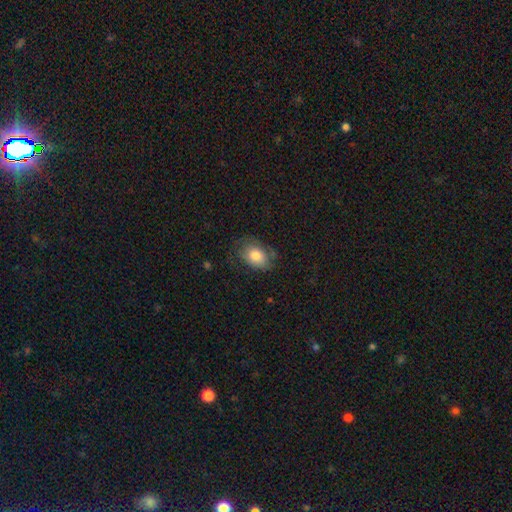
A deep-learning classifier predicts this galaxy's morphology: A smooth galaxy with no disk features (75%) that is in between round and cigar-shaped (81%). Merging: none (59%).